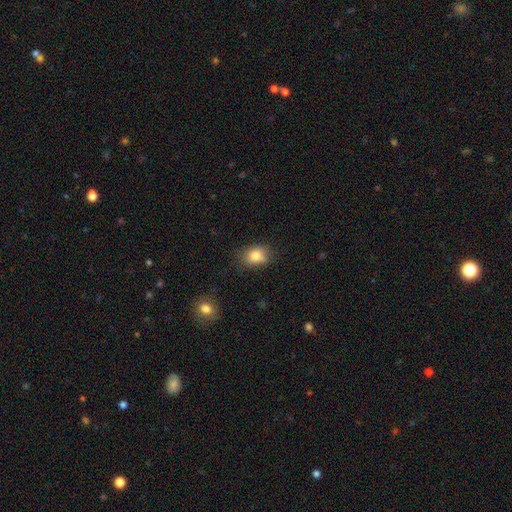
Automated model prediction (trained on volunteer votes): Smooth or featured?
  - smooth: 82% *
  - star or artifact: 10%
  - featured or disk: 8%
How rounded?
  - in between: 62% *
  - round: 37%
  - cigar-shaped: 1%
Merging?
  - none: 71% *
  - minor disturbance: 22%
  - major disturbance: 5%
  - merger: 2%